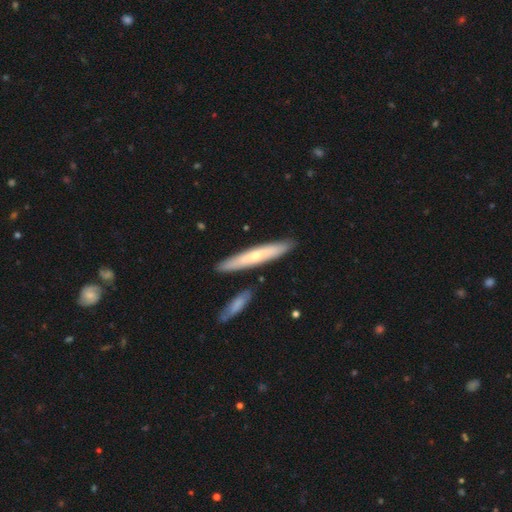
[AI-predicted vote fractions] Overall: featured or disk (56%; smooth 37%). Edge-on disk: yes (86%). Merging: none (83%).